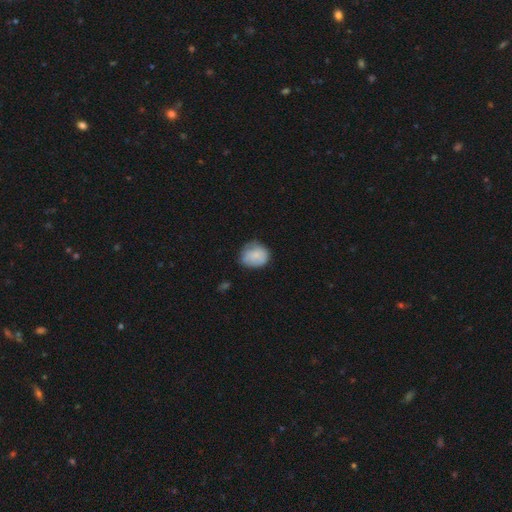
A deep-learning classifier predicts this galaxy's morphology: This appears to be a smooth galaxy with no disk features (77%) that is round (66%). Merging: none (58%).